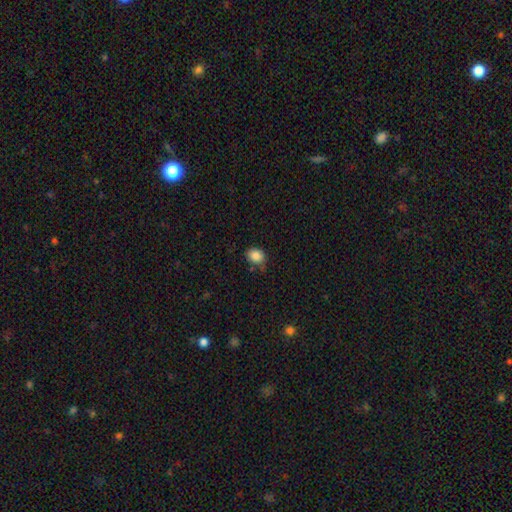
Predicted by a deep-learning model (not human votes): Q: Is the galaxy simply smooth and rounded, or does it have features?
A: smooth — 85%.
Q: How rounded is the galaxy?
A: round — 51%.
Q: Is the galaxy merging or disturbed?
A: none — 70%.